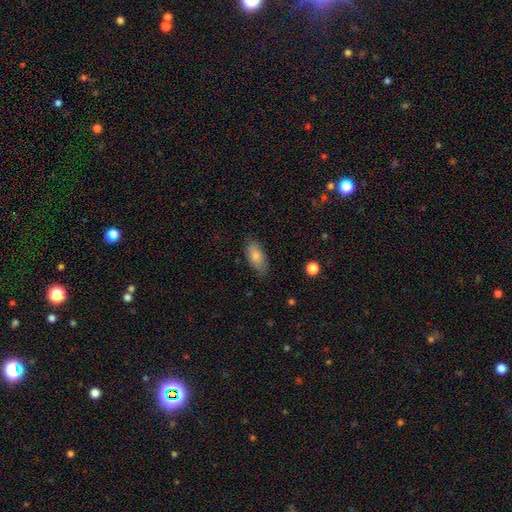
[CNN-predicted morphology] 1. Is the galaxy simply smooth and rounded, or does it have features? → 73% smooth, 19% featured or disk, 8% star or artifact.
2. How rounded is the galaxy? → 83% in between, 14% cigar-shaped, 3% round.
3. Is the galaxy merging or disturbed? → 83% none, 13% minor disturbance, 2% major disturbance, 1% merger.